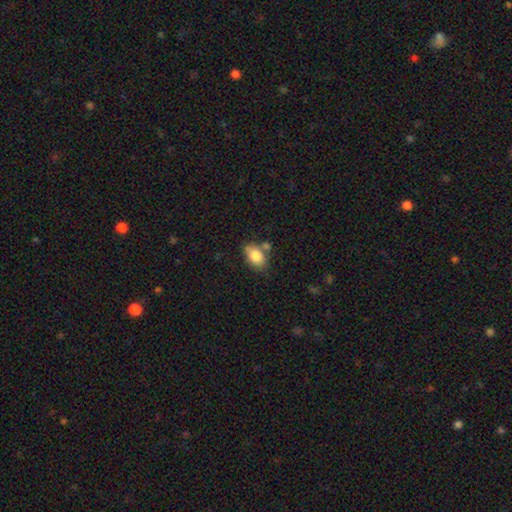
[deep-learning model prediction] Smooth or featured?
  - smooth: 83% *
  - featured or disk: 9%
  - star or artifact: 8%
How rounded?
  - in between: 82% *
  - round: 16%
  - cigar-shaped: 1%
Merging?
  - none: 59% *
  - minor disturbance: 19%
  - merger: 16%
  - major disturbance: 5%